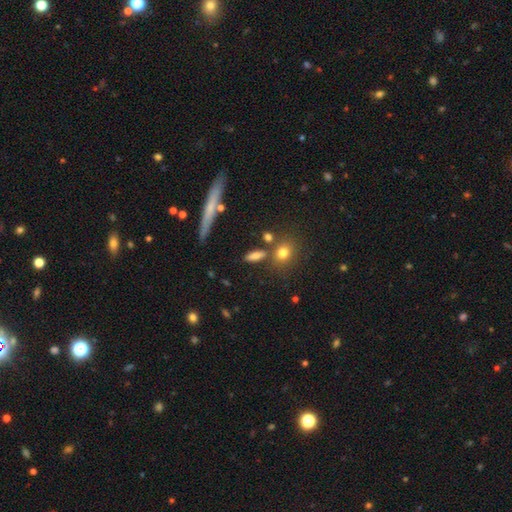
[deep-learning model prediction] This appears to be a smooth galaxy with no disk features (72%) that is in between round and cigar-shaped (47%). Merging: none (75%).